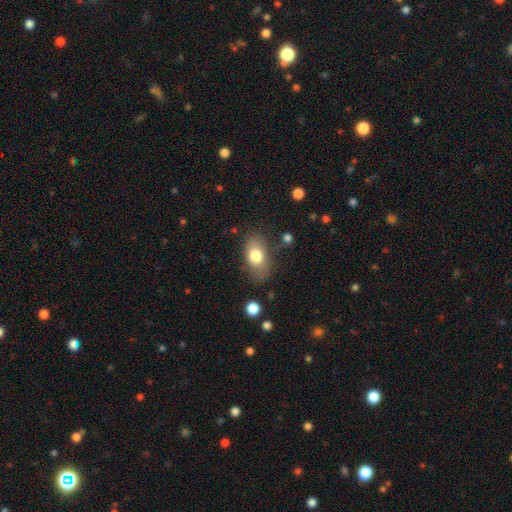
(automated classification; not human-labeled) A smooth galaxy with no disk features (76%) that is in between round and cigar-shaped (87%).

Vote fractions:
- Smooth or featured? smooth: 76% / featured or disk: 16% / star or artifact: 8%
- How rounded? in between: 87% / round: 11% / cigar-shaped: 2%
- Merging? none: 71% / minor disturbance: 19% / major disturbance: 7% / merger: 3%